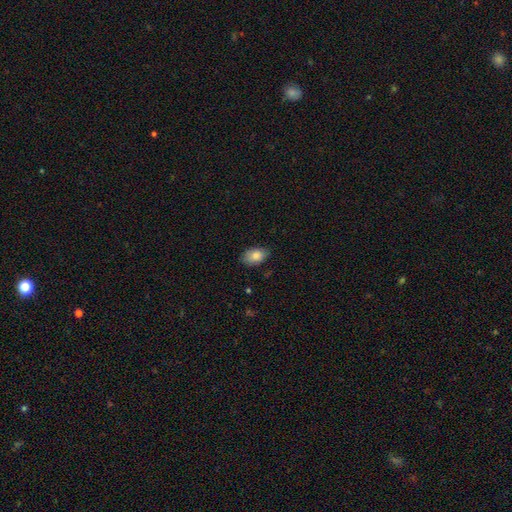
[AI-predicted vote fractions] Smooth or featured? smooth (85%)
How rounded? in between (89%)
Merging? none (78%)